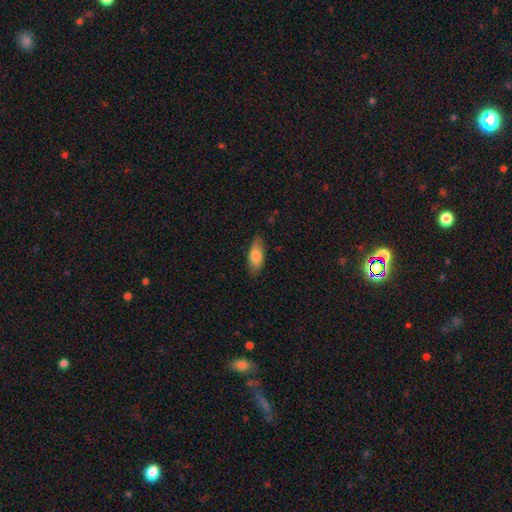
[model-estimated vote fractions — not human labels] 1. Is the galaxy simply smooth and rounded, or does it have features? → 79% smooth, 15% featured or disk, 6% star or artifact.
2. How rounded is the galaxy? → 80% in between, 17% cigar-shaped, 2% round.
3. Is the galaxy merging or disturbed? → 80% none, 16% minor disturbance, 3% major disturbance, 1% merger.